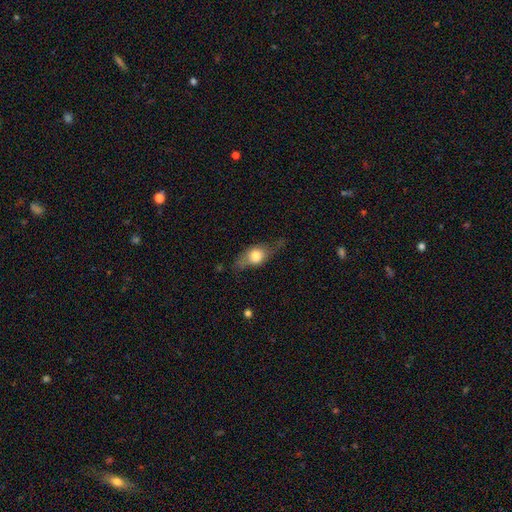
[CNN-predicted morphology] Smooth or featured: smooth — 57% (featured or disk — 36%)
How rounded: in between — 62% (round — 26%)
Merging: none — 56% (minor disturbance — 28%)